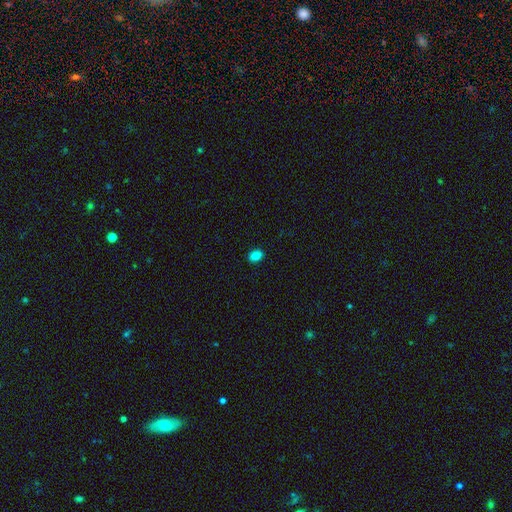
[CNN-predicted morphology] This appears to be a smooth galaxy with no disk features (86%) that is in between round and cigar-shaped (77%). Merging: none (90%).